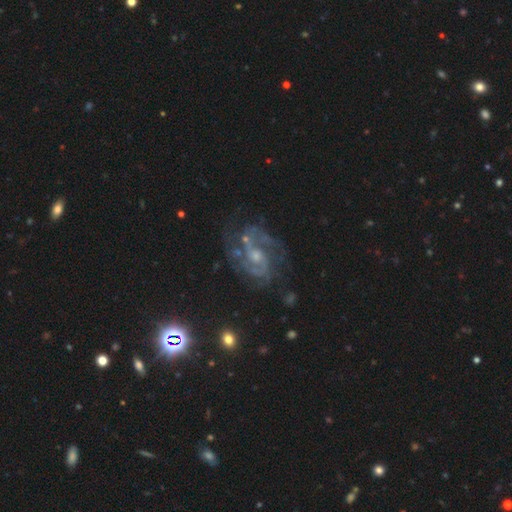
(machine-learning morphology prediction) Smooth or featured?
  - featured or disk: 83% *
  - star or artifact: 11%
  - smooth: 6%
Edge-on disk?
  - no: 97% *
  - yes: 3%
Bar?
  - weak: 49% *
  - no: 34%
  - strong: 17%
Spiral arms?
  - yes: 95% *
  - no: 5%
Spiral winding?
  - medium: 54% *
  - tight: 28%
  - loose: 18%
Spiral arm count?
  - 2: 65% *
  - can't tell: 13%
  - 3: 10%
  - 1: 4%
  - 4: 4%
  - more than 4: 3%
Bulge size?
  - small: 55% *
  - moderate: 35%
  - none: 6%
  - large: 2%
  - dominant: 1%
Merging?
  - none: 66% *
  - minor disturbance: 17%
  - major disturbance: 13%
  - merger: 4%